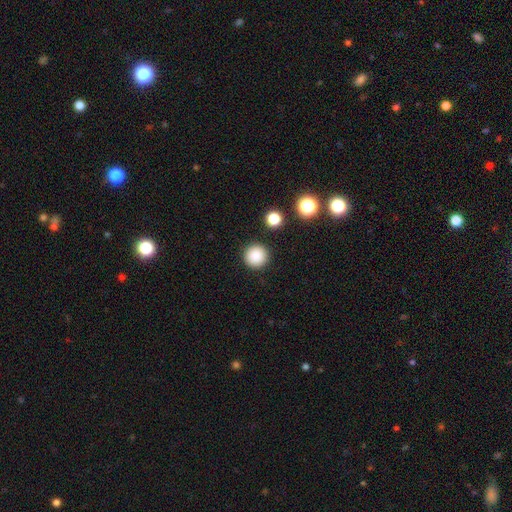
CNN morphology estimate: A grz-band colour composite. It shows a smooth galaxy with no disk features (87%) that is round (96%). Merging: none (91%).